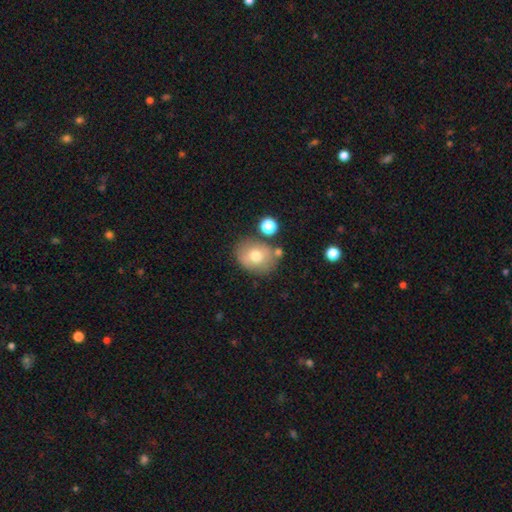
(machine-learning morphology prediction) Q: Smooth or featured?
A: smooth (69%); runner-up: featured or disk (21%)
Q: How rounded?
A: round (52%); runner-up: in between (47%)
Q: Merging?
A: none (70%); runner-up: minor disturbance (16%)